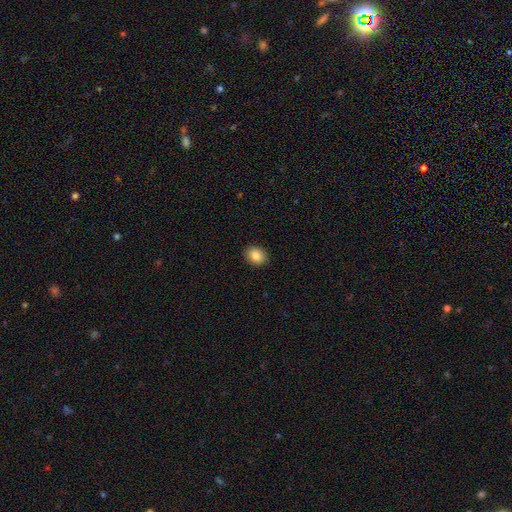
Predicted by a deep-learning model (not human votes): Q: Smooth or featured?
A: smooth (86%); runner-up: star or artifact (9%)
Q: How rounded?
A: in between (51%); runner-up: round (48%)
Q: Merging?
A: none (91%); runner-up: minor disturbance (7%)